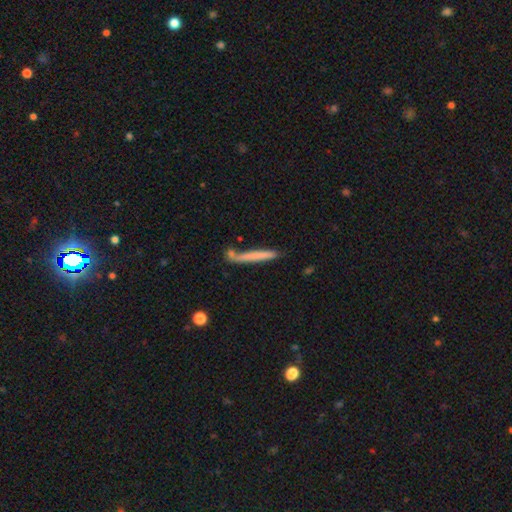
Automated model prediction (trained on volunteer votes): smooth_or_featured: smooth (p=0.66) [alt: featured or disk p=0.28]
how_rounded: cigar-shaped (p=0.95) [alt: in between p=0.03]
merging: none (p=0.67) [alt: minor disturbance p=0.16]